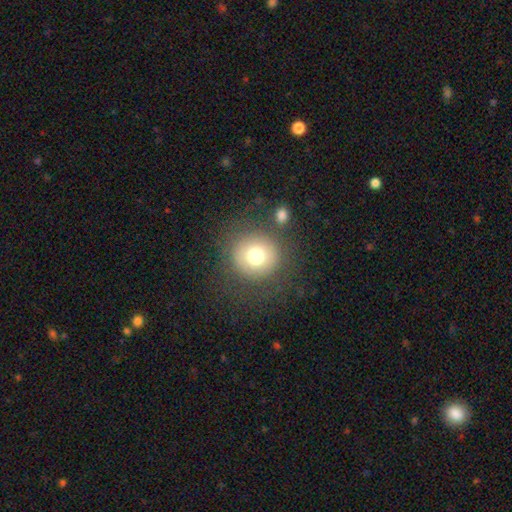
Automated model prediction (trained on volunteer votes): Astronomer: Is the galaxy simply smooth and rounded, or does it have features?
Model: smooth — 74%.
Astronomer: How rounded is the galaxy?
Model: round — 93%.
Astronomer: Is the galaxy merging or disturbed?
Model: none — 79%.